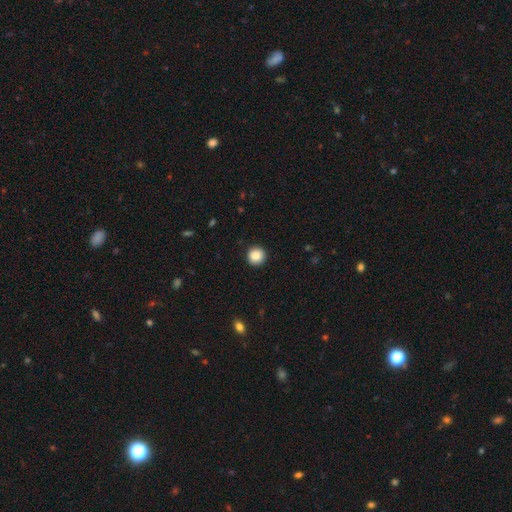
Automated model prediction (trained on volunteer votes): Smooth or featured: smooth — 87% (star or artifact — 9%)
How rounded: round — 95% (in between — 4%)
Merging: none — 92% (minor disturbance — 5%)